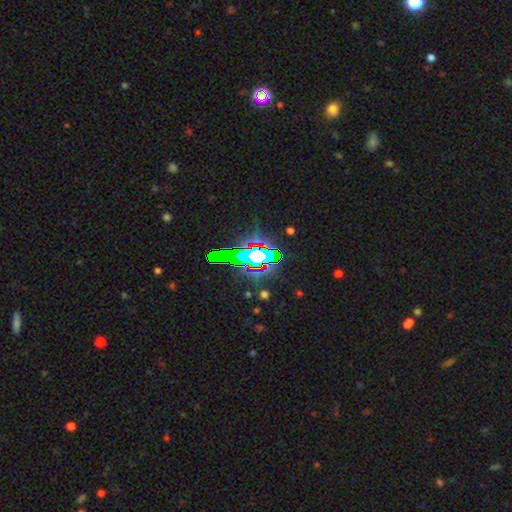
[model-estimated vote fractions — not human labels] Smooth or featured? Predicted: star or artifact (p=0.65).